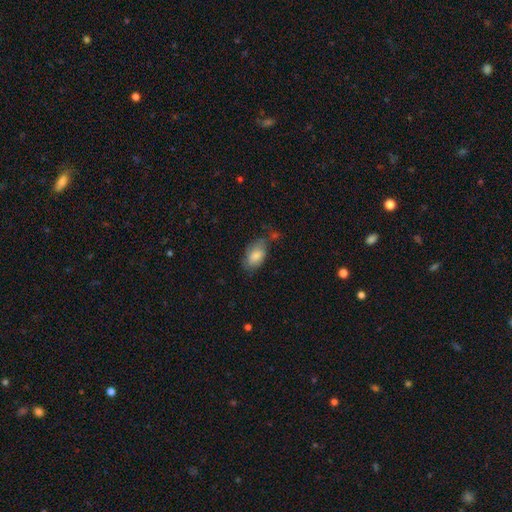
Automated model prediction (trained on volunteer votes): Smooth or featured? smooth (81%)
How rounded? in between (92%)
Merging? none (50%)